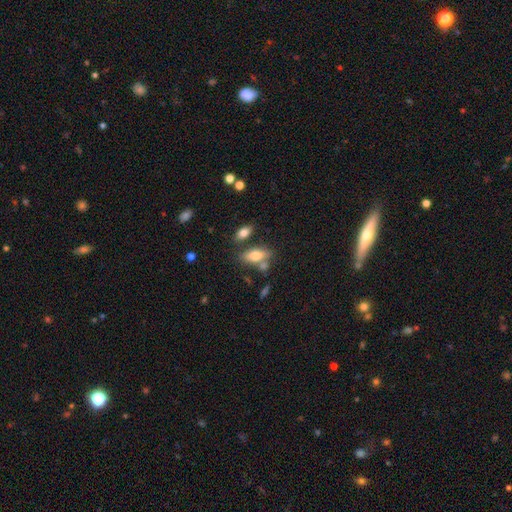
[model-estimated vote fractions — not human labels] This is likely a smooth galaxy (74%). How rounded: clearly in between (81%). Merging: likely none (62%).